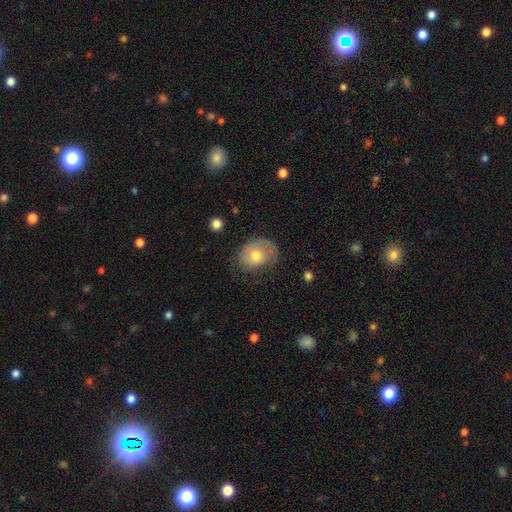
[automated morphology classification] A smooth galaxy with no disk features (56%) that is in between round and cigar-shaped (54%).

Vote fractions:
- Smooth or featured? smooth: 56% / featured or disk: 36% / star or artifact: 8%
- How rounded? in between: 54% / round: 45% / cigar-shaped: 1%
- Merging? none: 51% / minor disturbance: 28% / major disturbance: 19% / merger: 2%